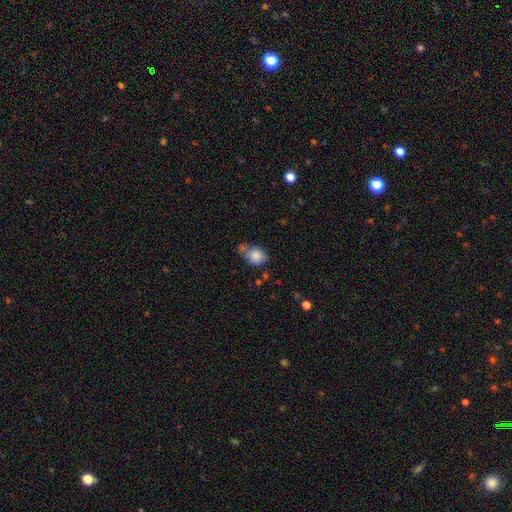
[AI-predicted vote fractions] A smooth galaxy with no disk features (84%) that is round (51%). Merging: none (43%).